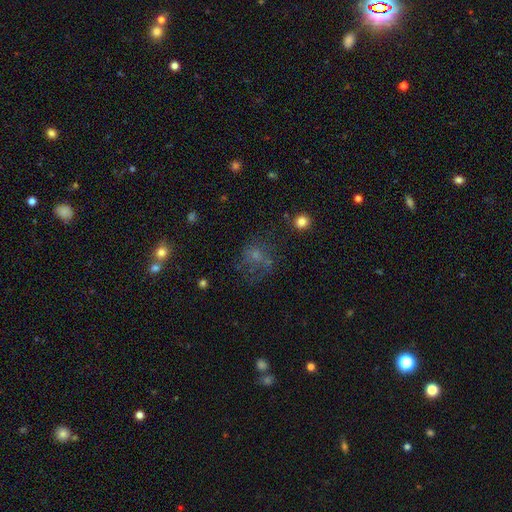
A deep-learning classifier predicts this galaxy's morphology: A smooth galaxy with no disk features (50%).

Vote fractions:
- Smooth or featured? smooth: 50% / featured or disk: 26% / star or artifact: 24%
- Merging? none: 46% / major disturbance: 28% / minor disturbance: 19% / merger: 7%